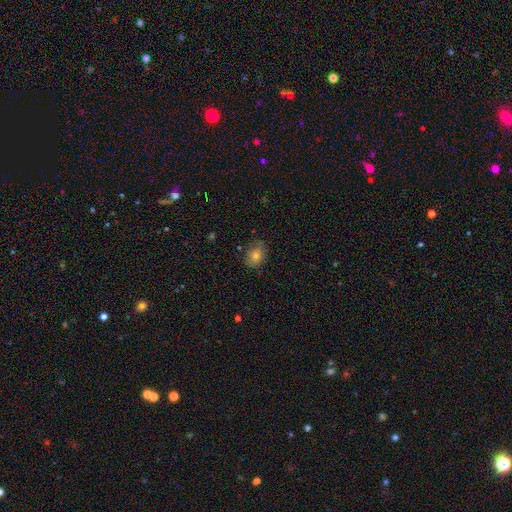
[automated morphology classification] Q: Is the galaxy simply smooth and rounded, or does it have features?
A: smooth — 73%.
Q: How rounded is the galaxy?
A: round — 53%.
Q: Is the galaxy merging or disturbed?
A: none — 76%.